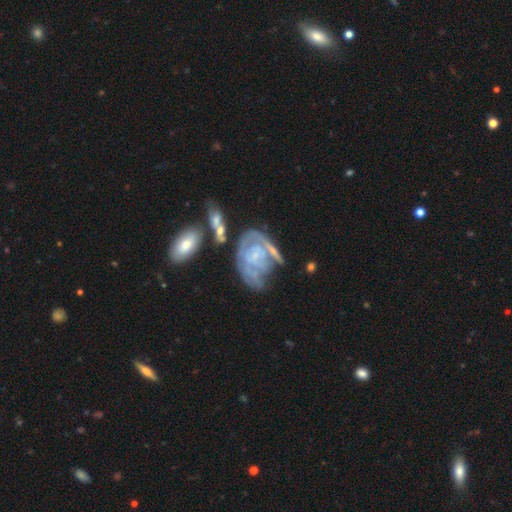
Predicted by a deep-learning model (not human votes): This is likely a featured or disk galaxy (79%). It is clearly not viewed edge-on (97%). Bar: likely no (68%). Spiral arm pattern: likely yes (79%). Spiral arm count: possibly can't tell (45%). Spiral winding: likely tight (61%). Central bulge: likely small (65%). Merging: marginally none (37%).